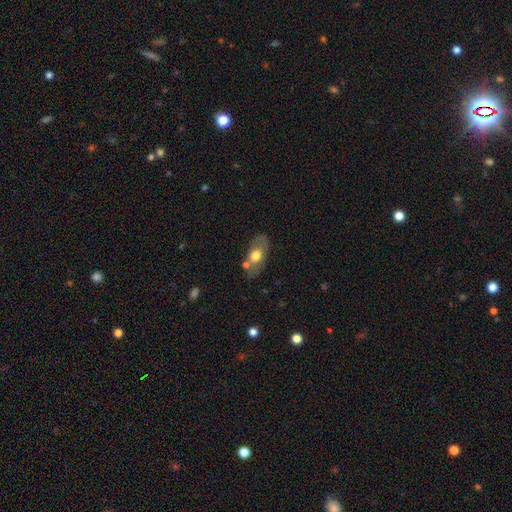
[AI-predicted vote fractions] Q: Smooth or featured?
A: smooth (54%); runner-up: featured or disk (39%)
Q: How rounded?
A: in between (86%); runner-up: round (11%)
Q: Merging?
A: none (65%); runner-up: minor disturbance (18%)